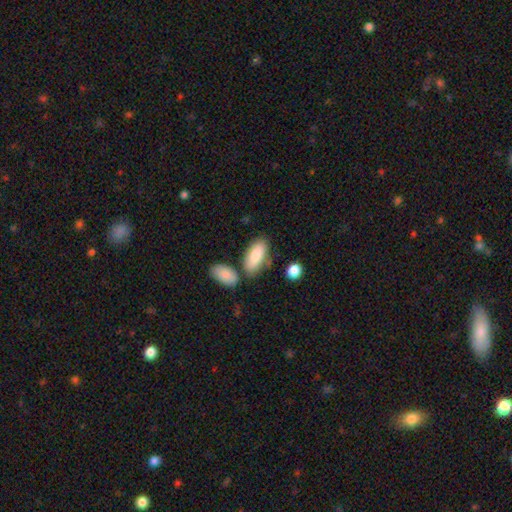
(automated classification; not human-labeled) smooth 82%, featured or disk 12%, star or artifact 6%. Down the decision tree: how rounded — in between (85%); merging — none (63%).